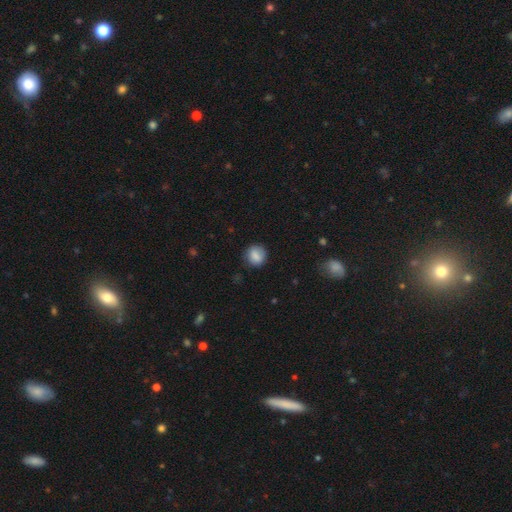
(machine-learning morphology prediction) This is clearly a smooth galaxy (82%). How rounded: likely round (78%). Merging: clearly none (81%).